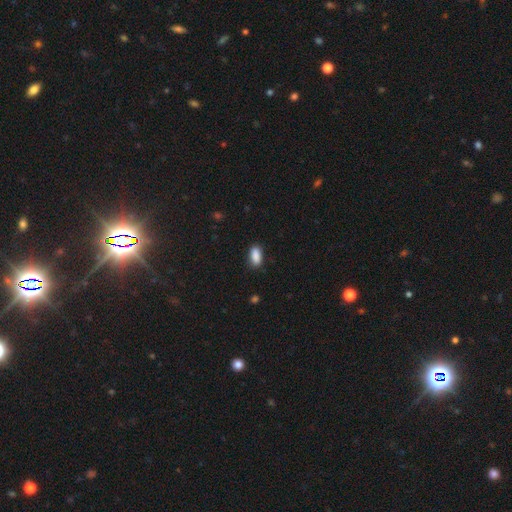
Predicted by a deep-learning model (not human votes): This is clearly a smooth galaxy (89%). How rounded: clearly in between (87%). Merging: clearly none (84%).